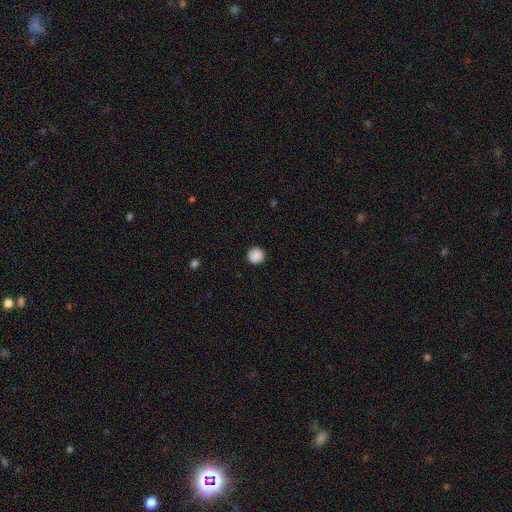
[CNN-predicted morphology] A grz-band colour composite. It shows a smooth galaxy with no disk features (88%) that is round (95%). Merging: none (91%).